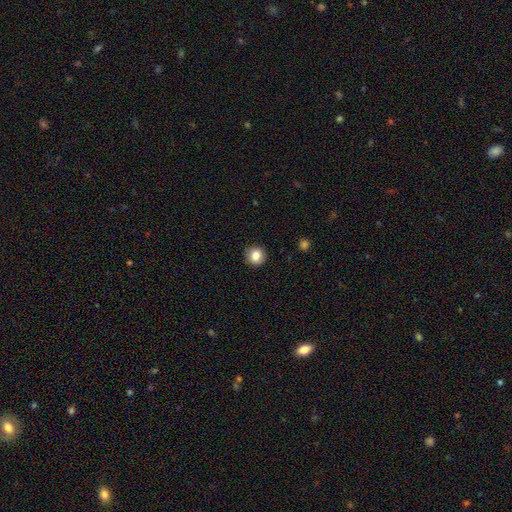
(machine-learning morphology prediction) Smooth or featured? Predicted: smooth (p=0.84). How rounded? Predicted: round (p=0.93). Merging? Predicted: none (p=0.92).